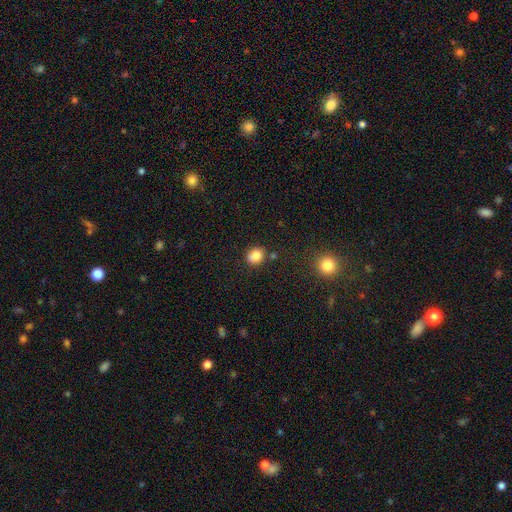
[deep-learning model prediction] This is clearly a smooth galaxy (84%). How rounded: likely round (67%). Merging: likely none (74%).